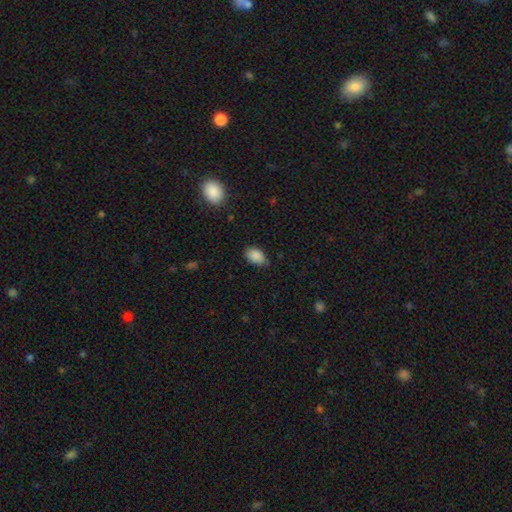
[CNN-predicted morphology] Smooth or featured? smooth (88%)
How rounded? in between (90%)
Merging? none (70%)